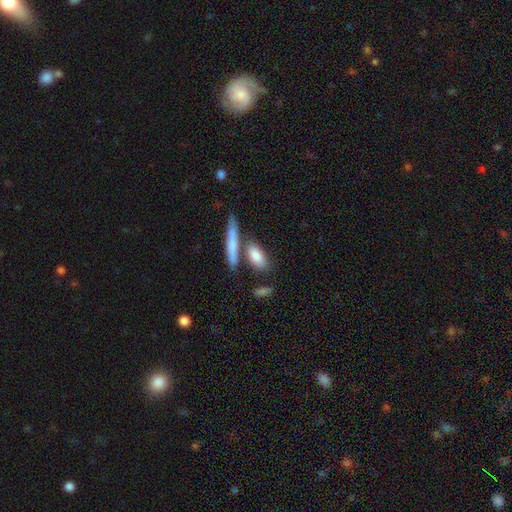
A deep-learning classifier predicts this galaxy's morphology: Smooth or featured: smooth — 78% (featured or disk — 16%)
How rounded: in between — 59% (cigar-shaped — 36%)
Merging: none — 61% (merger — 21%)